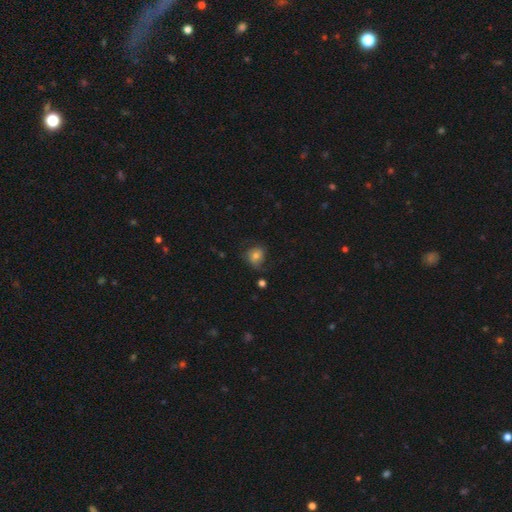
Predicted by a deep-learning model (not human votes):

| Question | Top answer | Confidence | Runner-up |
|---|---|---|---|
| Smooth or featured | smooth | 65% | featured or disk (25%) |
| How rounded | round | 64% | in between (35%) |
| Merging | none | 54% | minor disturbance (28%) |